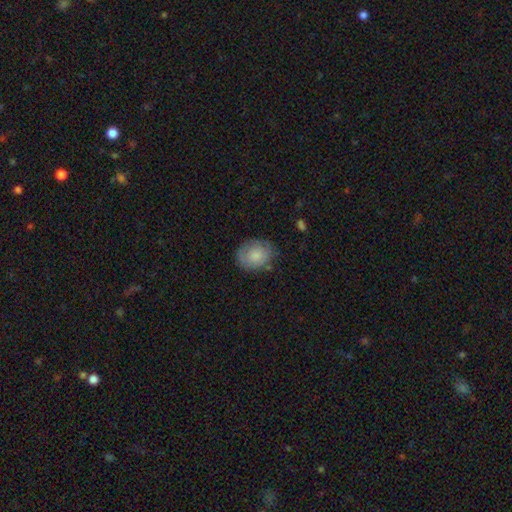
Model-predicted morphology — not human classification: smooth 74%, featured or disk 19%, star or artifact 7%. Down the decision tree: how rounded — round (62%); merging — none (71%).